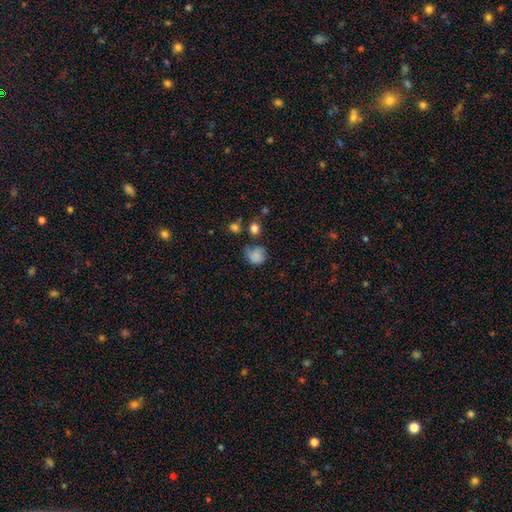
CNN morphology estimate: smooth_or_featured: smooth (p=0.77) [alt: featured or disk p=0.12]
how_rounded: round (p=0.76) [alt: in between p=0.23]
merging: none (p=0.51) [alt: minor disturbance p=0.29]